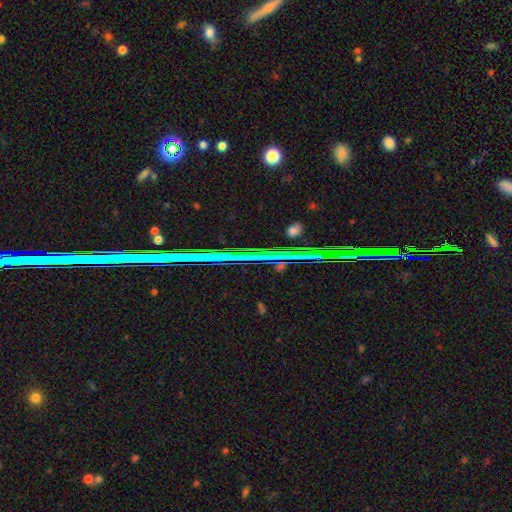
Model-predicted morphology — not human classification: Smooth or featured? star or artifact (76%)